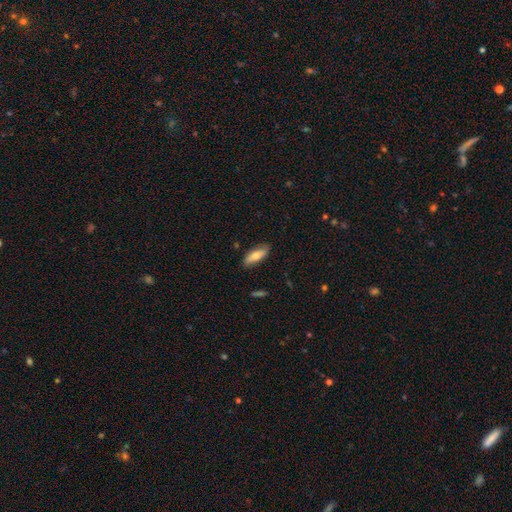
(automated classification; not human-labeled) Smooth or featured? smooth (70%)
How rounded? in between (63%)
Merging? none (82%)